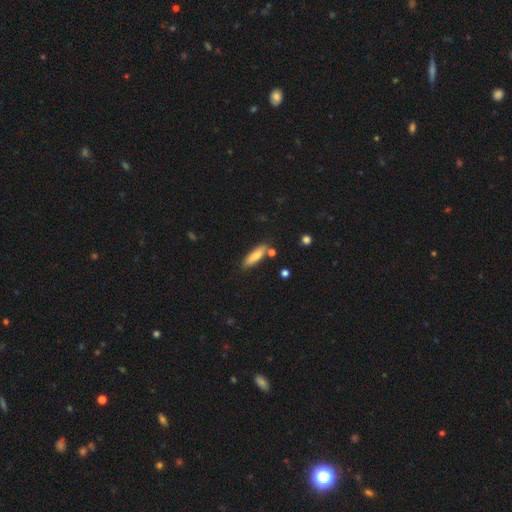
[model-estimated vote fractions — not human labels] Morphology: type=smooth (78%); roundness=cigar-shaped (62%); merging=none (79%).